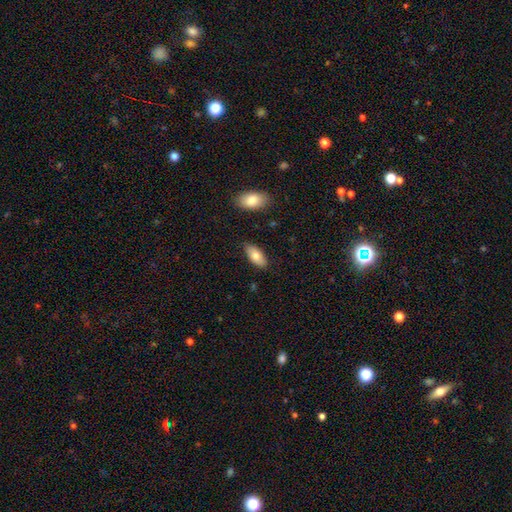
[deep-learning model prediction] smooth_or_featured: smooth (p=0.79) [alt: featured or disk p=0.15]
how_rounded: in between (p=0.90) [alt: cigar-shaped p=0.08]
merging: none (p=0.84) [alt: minor disturbance p=0.11]